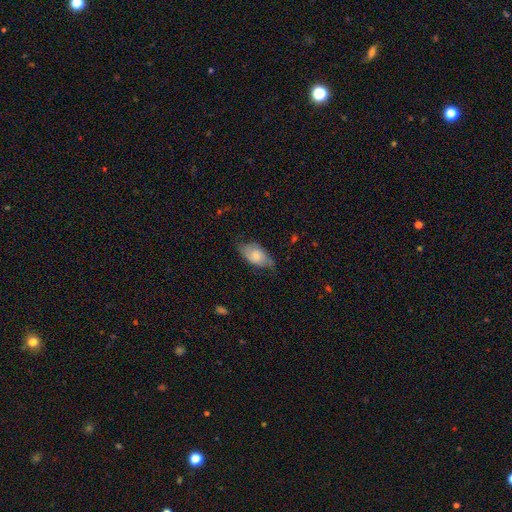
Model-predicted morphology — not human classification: This appears to be a smooth galaxy with no disk features (66%) that is in between round and cigar-shaped (92%). Merging: none (58%).